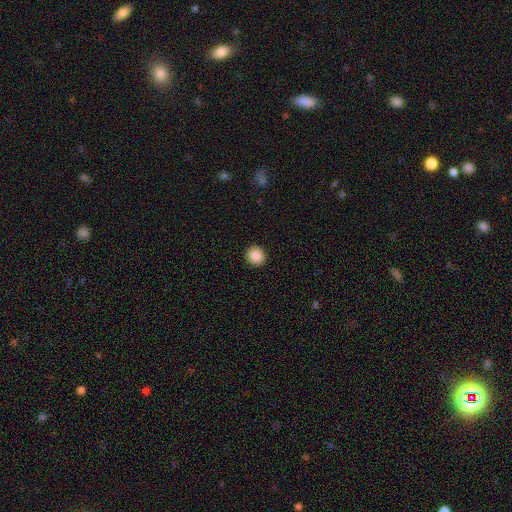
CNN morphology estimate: smooth-or-featured: smooth: 88% | star or artifact: 9% | featured or disk: 3%
  how-rounded: round: 92% | in between: 7% | cigar-shaped: 1%
  merging: none: 92% | minor disturbance: 5% | major disturbance: 2% | merger: 1%